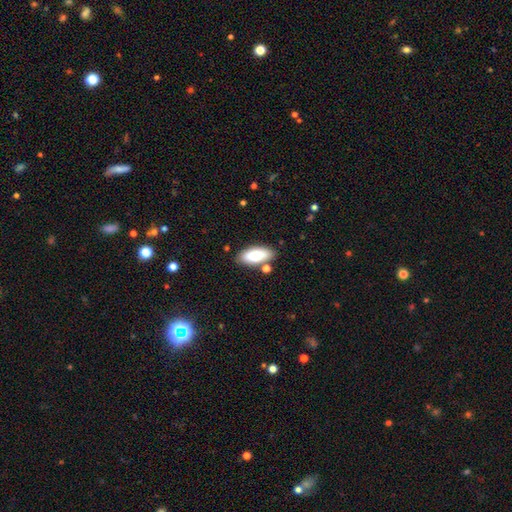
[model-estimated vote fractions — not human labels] Morphology: type=smooth (72%); roundness=in between (86%); merging=none (81%).